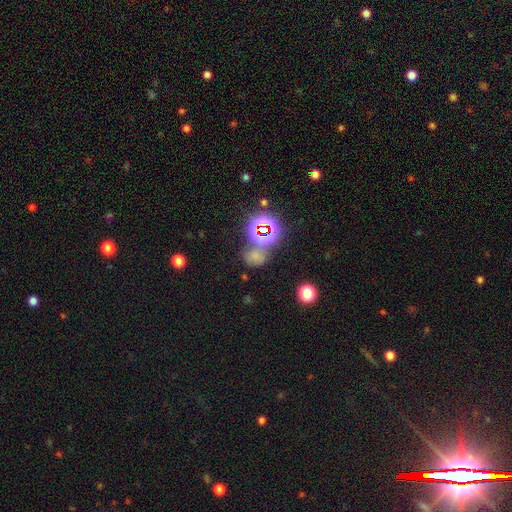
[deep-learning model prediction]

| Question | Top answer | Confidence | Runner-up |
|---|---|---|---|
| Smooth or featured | smooth | 47% | star or artifact (44%) |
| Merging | none | 51% | merger (25%) |